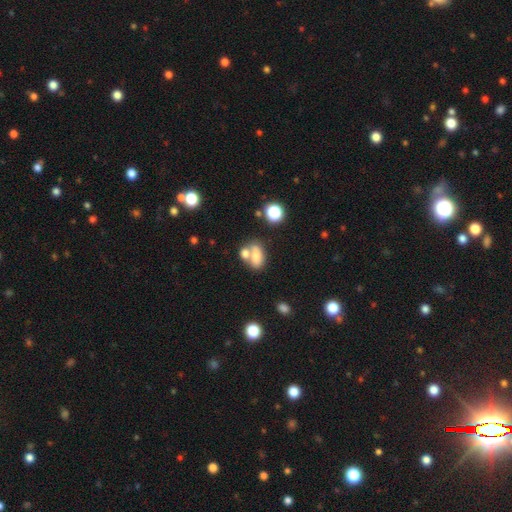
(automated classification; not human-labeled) Smooth or featured? Predicted: smooth (p=0.73). How rounded? Predicted: in between (p=0.82). Merging? Predicted: merger (p=0.47).